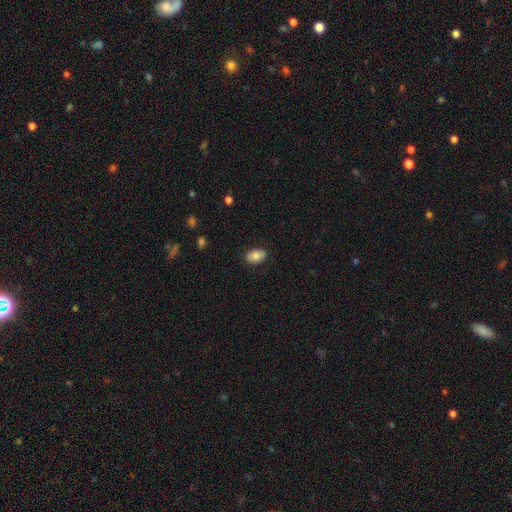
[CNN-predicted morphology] A smooth galaxy with no disk features (83%) that is in between round and cigar-shaped (89%).

Vote fractions:
- Smooth or featured? smooth: 83% / featured or disk: 10% / star or artifact: 7%
- How rounded? in between: 89% / round: 10% / cigar-shaped: 1%
- Merging? none: 84% / minor disturbance: 12% / major disturbance: 2% / merger: 1%